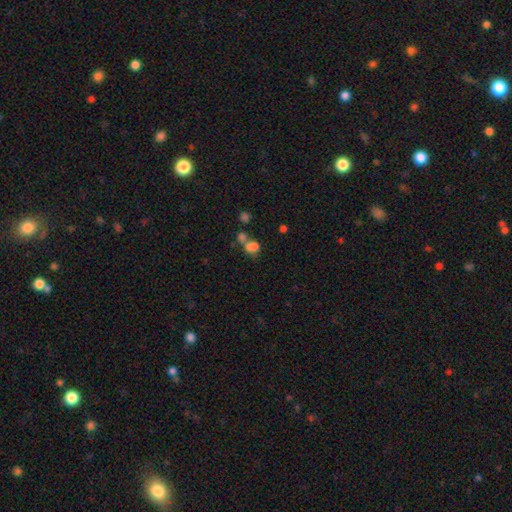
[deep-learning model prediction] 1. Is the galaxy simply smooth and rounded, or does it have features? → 49% smooth, 37% star or artifact, 15% featured or disk.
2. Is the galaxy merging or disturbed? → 51% none, 34% merger, 9% minor disturbance, 6% major disturbance.